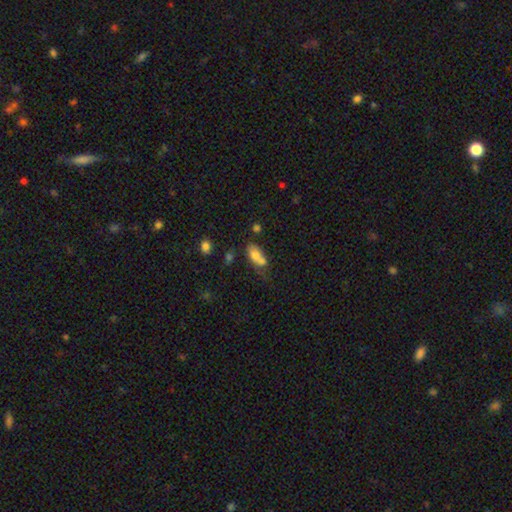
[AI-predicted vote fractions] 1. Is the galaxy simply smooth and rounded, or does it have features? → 71% smooth, 20% featured or disk, 9% star or artifact.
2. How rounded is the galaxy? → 83% in between, 10% round, 7% cigar-shaped.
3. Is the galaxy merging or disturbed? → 45% merger, 30% none, 16% minor disturbance, 8% major disturbance.